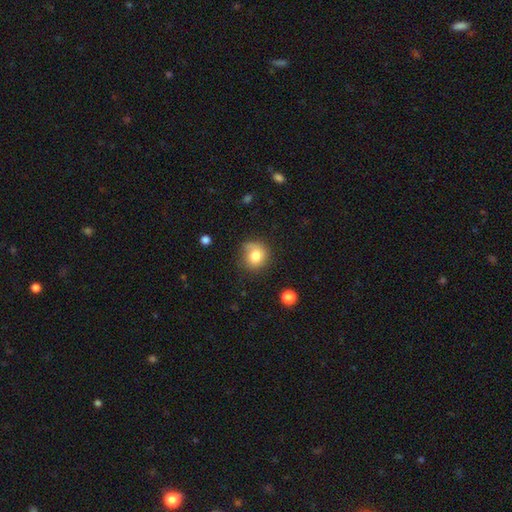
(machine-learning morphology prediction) This is likely a smooth galaxy (79%). How rounded: clearly round (81%). Merging: likely none (63%).